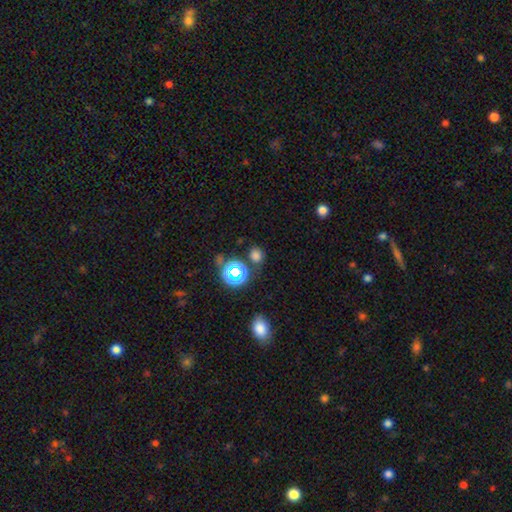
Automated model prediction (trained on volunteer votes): Smooth or featured? smooth (68%)
How rounded? round (71%)
Merging? none (76%)